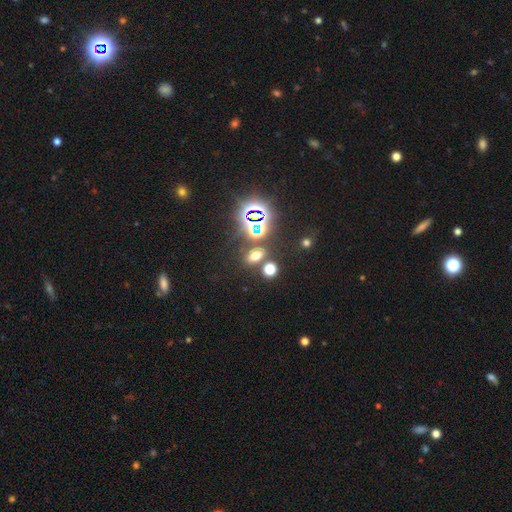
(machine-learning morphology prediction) Smooth or featured?
  - smooth: 53% *
  - star or artifact: 38%
  - featured or disk: 9%
How rounded?
  - in between: 71% *
  - round: 25%
  - cigar-shaped: 4%
Merging?
  - none: 78% *
  - merger: 10%
  - minor disturbance: 9%
  - major disturbance: 4%